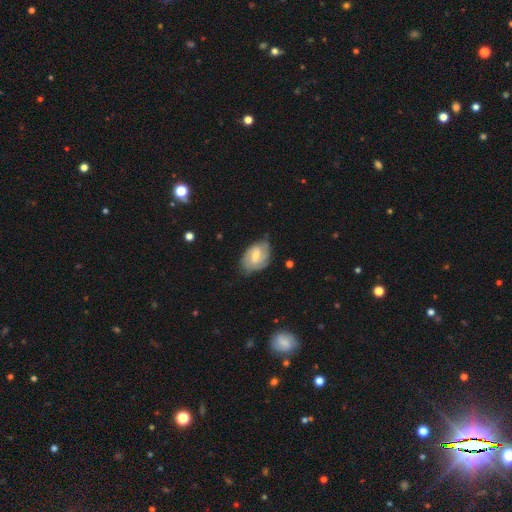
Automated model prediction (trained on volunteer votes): Smooth or featured: featured or disk — 64% (smooth — 30%)
Edge-on disk: no — 96% (yes — 4%)
Bar: weak — 58% (no — 26%)
Spiral arms: yes — 87% (no — 13%)
Spiral winding: tight — 44% (medium — 41%)
Spiral arm count: 2 — 58% (can't tell — 23%)
Bulge size: moderate — 51% (small — 40%)
Merging: none — 65% (minor disturbance — 27%)